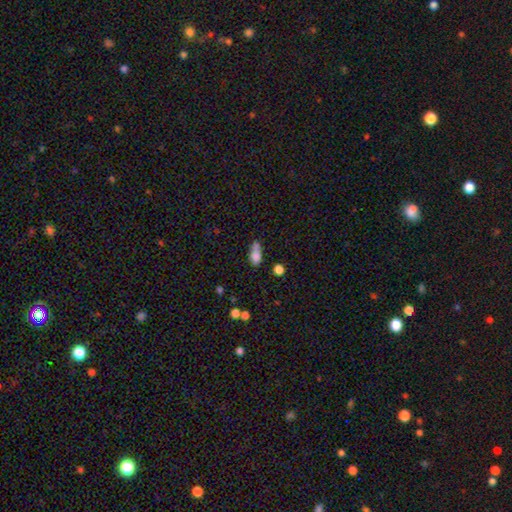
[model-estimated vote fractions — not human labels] Smooth or featured: smooth — 76% (featured or disk — 13%)
How rounded: in between — 77% (cigar-shaped — 12%)
Merging: none — 36% (merger — 32%)